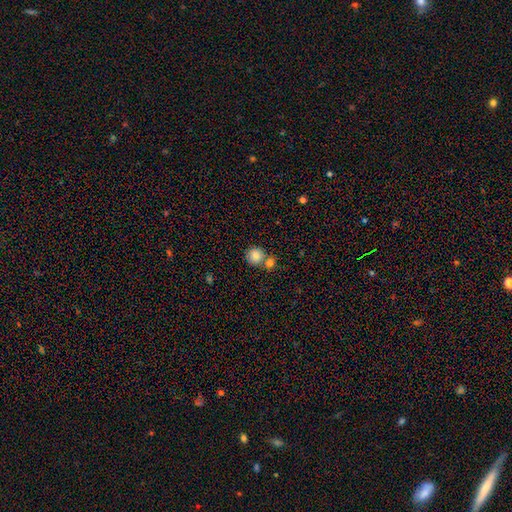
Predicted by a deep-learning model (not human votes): Q: Smooth or featured?
A: smooth (84%); runner-up: star or artifact (9%)
Q: How rounded?
A: round (90%); runner-up: in between (9%)
Q: Merging?
A: none (57%); runner-up: merger (31%)